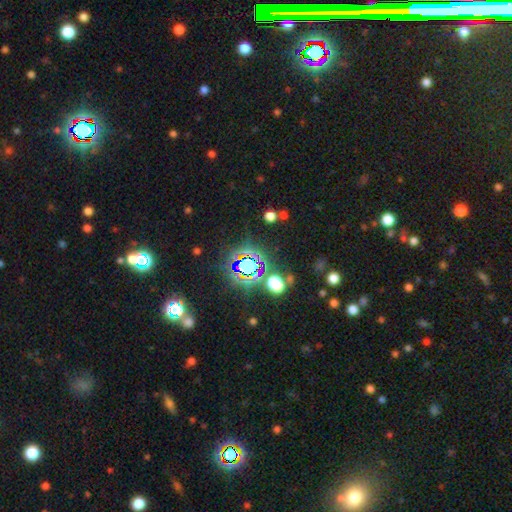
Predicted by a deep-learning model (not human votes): This appears to be a star or artifact, not a galaxy (79%).